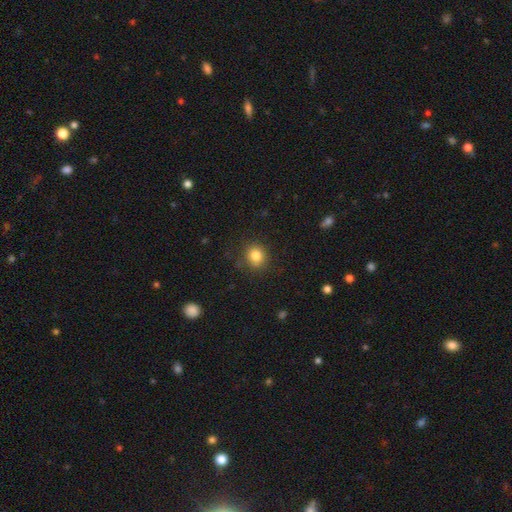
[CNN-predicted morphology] Overall: smooth (83%). How rounded: round (80%). Merging: none (84%).